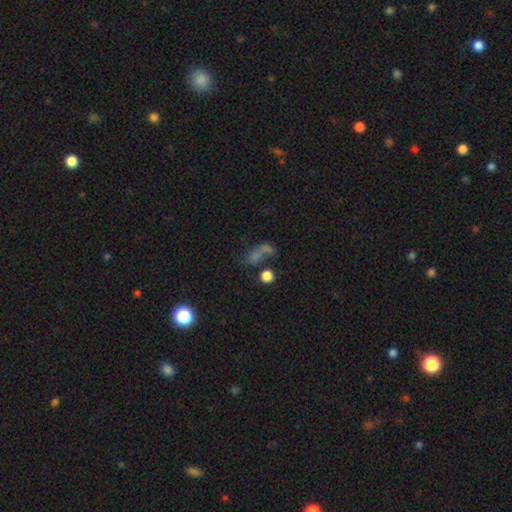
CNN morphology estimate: This is possibly a smooth galaxy (56%). How rounded: possibly in between (55%). Merging: marginally merger (42%).